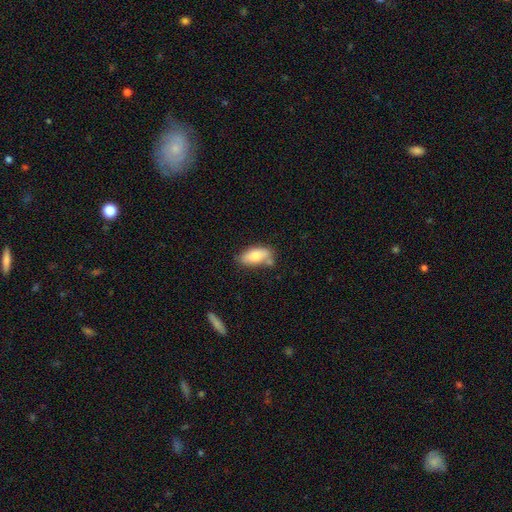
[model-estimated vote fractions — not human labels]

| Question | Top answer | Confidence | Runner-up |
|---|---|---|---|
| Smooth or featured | smooth | 76% | featured or disk (17%) |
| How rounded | in between | 88% | cigar-shaped (9%) |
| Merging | none | 59% | minor disturbance (23%) |